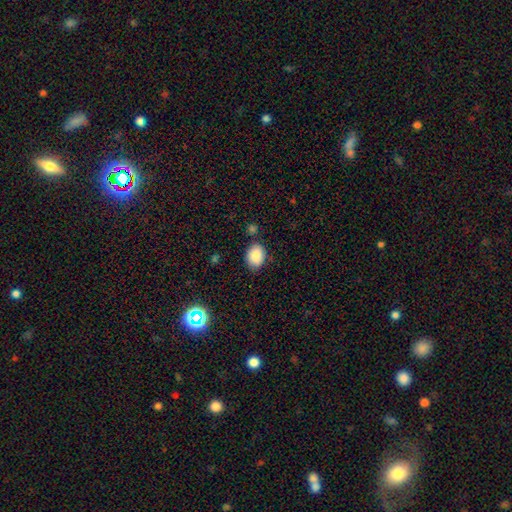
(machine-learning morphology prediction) Smooth or featured: smooth — 87% (star or artifact — 8%)
How rounded: in between — 69% (round — 30%)
Merging: none — 77% (minor disturbance — 15%)